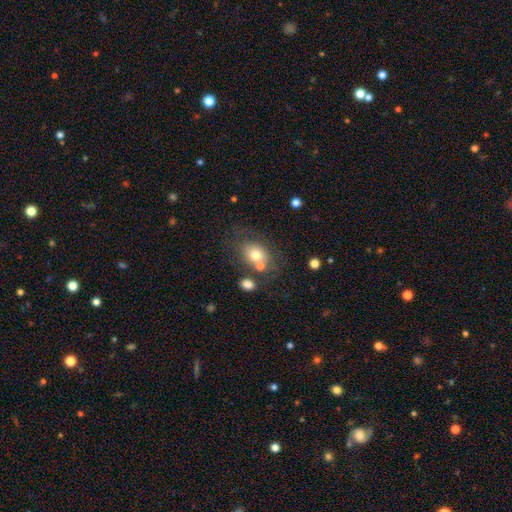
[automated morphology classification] Smooth or featured: smooth — 70% (featured or disk — 19%)
How rounded: in between — 62% (round — 37%)
Merging: none — 51% (merger — 23%)